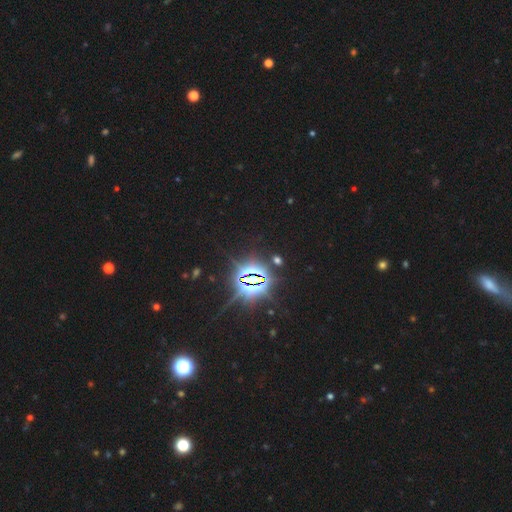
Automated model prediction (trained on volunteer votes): A star or artifact, not a galaxy (83%).